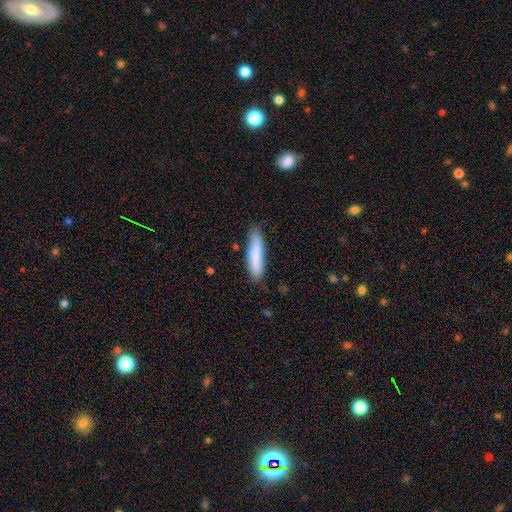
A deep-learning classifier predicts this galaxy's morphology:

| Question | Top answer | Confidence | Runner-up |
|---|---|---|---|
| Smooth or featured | smooth | 81% | featured or disk (13%) |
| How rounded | cigar-shaped | 80% | in between (19%) |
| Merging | none | 79% | minor disturbance (17%) |